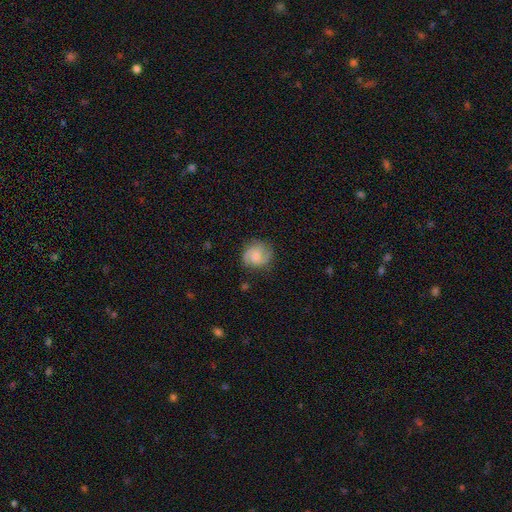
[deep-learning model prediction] This appears to be a featured or disk galaxy (70%) with no bar (56%), 2 (78%) medium (48%) spiral arms (96%) and a small central bulge (34%). Merging: none (78%).